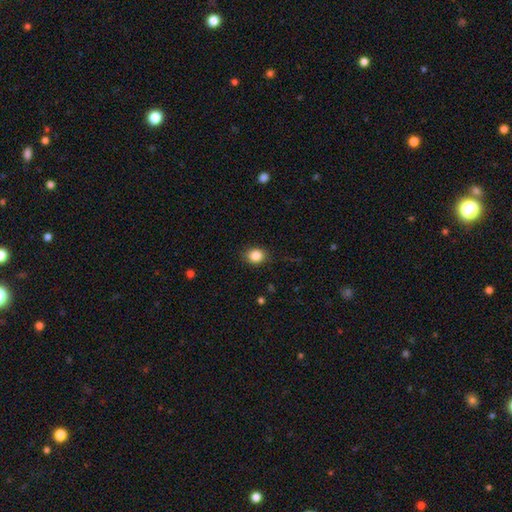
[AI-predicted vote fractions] Overall: smooth (86%). How rounded: round (62%; in between 37%). Merging: none (86%).